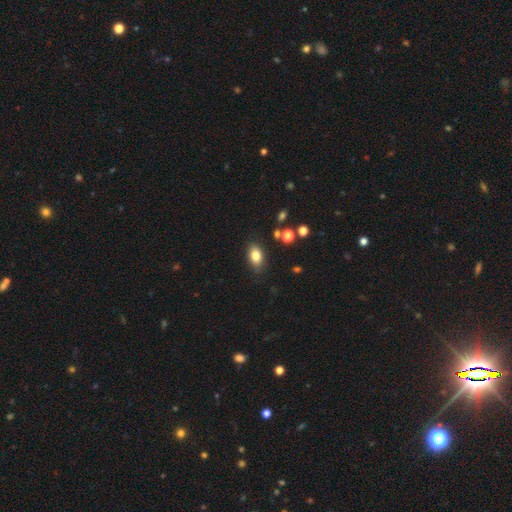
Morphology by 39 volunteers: This appears to be a smooth galaxy with no disk features (85%) that is in between round and cigar-shaped (94%). Merging: none (74%).